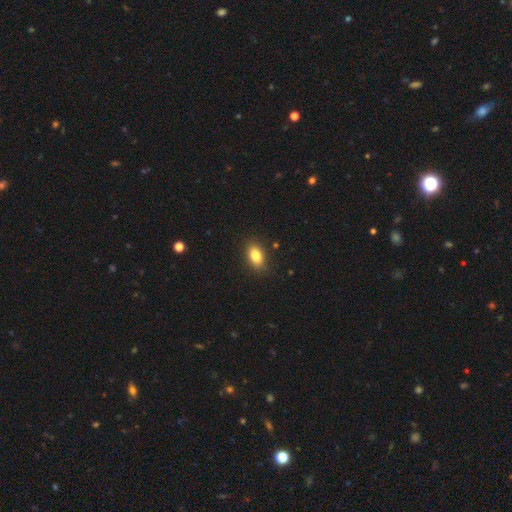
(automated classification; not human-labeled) smooth_or_featured: smooth (p=0.83) [alt: star or artifact p=0.09]
how_rounded: in between (p=0.85) [alt: round p=0.13]
merging: none (p=0.85) [alt: minor disturbance p=0.11]